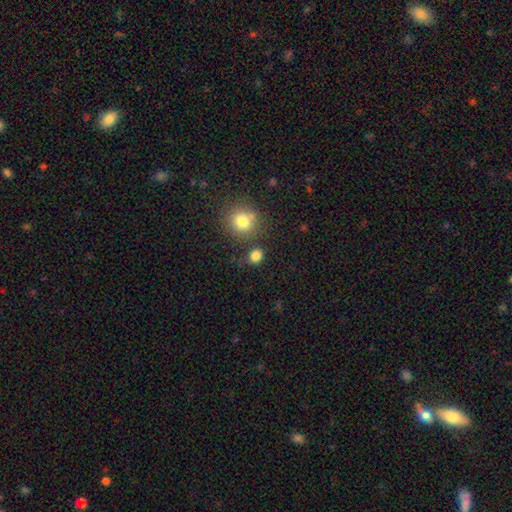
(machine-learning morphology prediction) Smooth or featured: smooth — 82% (star or artifact — 13%)
How rounded: round — 62% (in between — 36%)
Merging: none — 76% (minor disturbance — 12%)